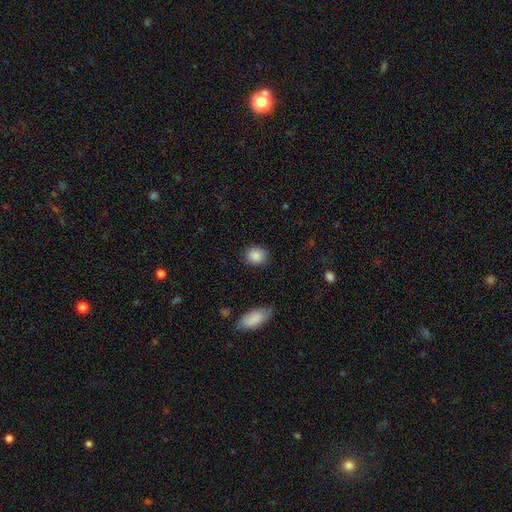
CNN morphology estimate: A smooth galaxy with no disk features (88%) that is round (69%). Merging: none (85%).